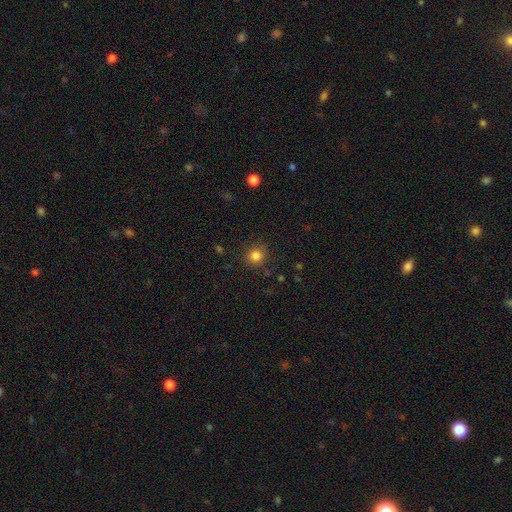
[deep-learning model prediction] smooth_or_featured: smooth (p=0.83) [alt: star or artifact p=0.12]
how_rounded: round (p=0.90) [alt: in between p=0.09]
merging: none (p=0.85) [alt: minor disturbance p=0.10]